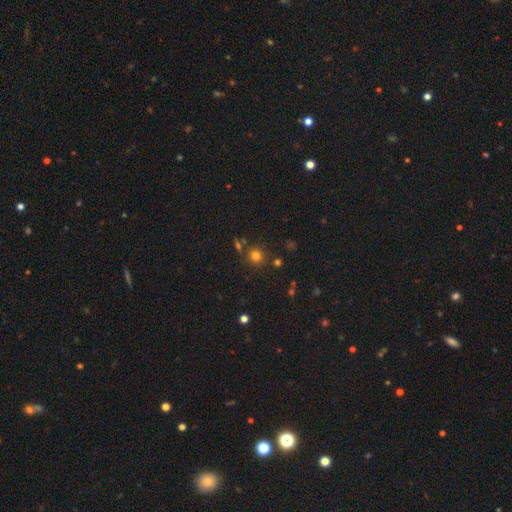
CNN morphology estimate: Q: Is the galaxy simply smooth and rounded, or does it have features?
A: smooth — 75%.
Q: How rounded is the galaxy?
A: round — 89%.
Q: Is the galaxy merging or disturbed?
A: none — 79%.